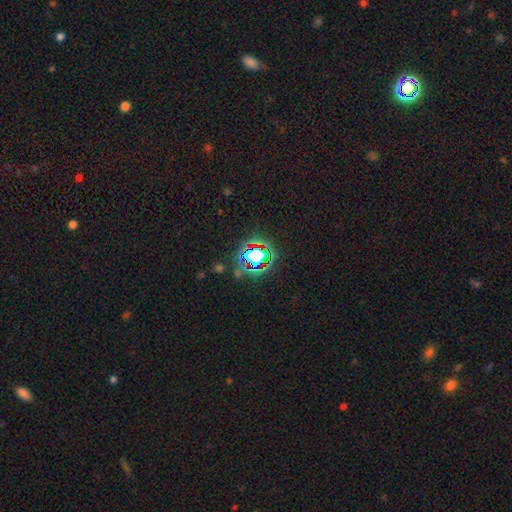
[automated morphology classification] Overall: star or artifact (71%).